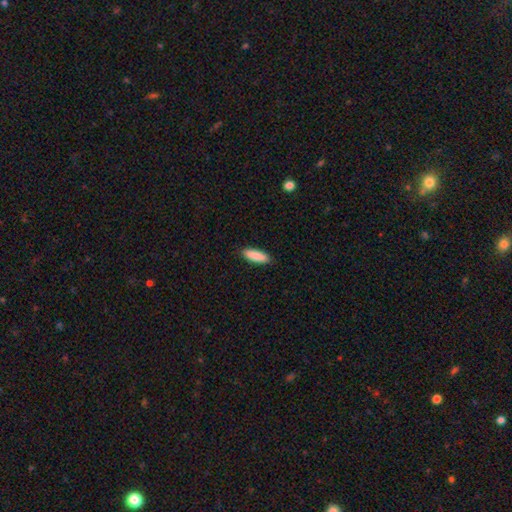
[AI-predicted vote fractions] smooth 89%, star or artifact 6%, featured or disk 5%. Down the decision tree: how rounded — in between (52%); merging — none (90%).